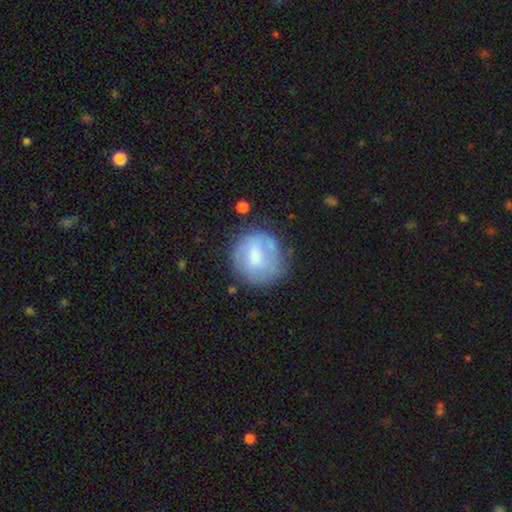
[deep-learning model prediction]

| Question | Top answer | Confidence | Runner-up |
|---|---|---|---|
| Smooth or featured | smooth | 55% | featured or disk (38%) |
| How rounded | round | 83% | in between (16%) |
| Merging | none | 61% | minor disturbance (23%) |